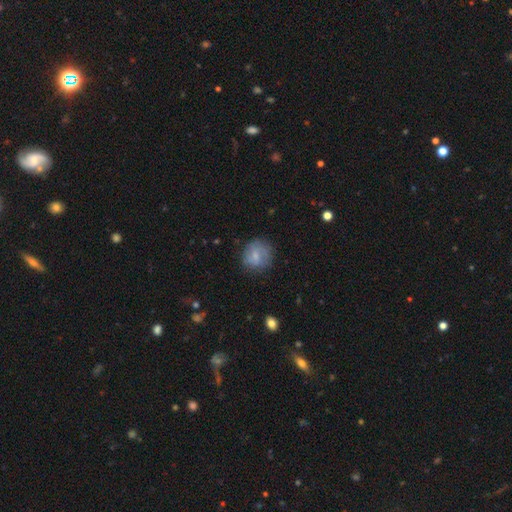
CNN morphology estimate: smooth-or-featured: smooth: 68% | featured or disk: 24% | star or artifact: 8%
  how-rounded: round: 82% | in between: 17% | cigar-shaped: 1%
  merging: none: 73% | minor disturbance: 19% | major disturbance: 7% | merger: 1%